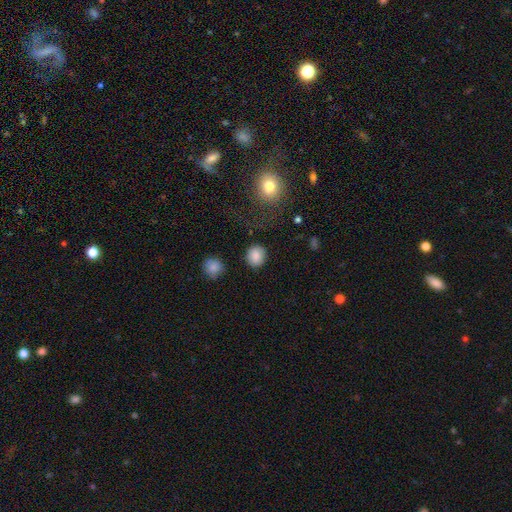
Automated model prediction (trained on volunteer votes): A smooth galaxy with no disk features (85%) that is round (83%). Merging: none (86%).